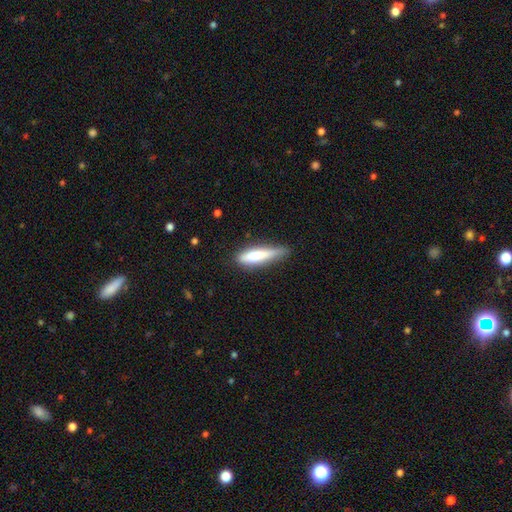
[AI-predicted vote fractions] Overall: smooth (70%). How rounded: cigar-shaped (79%). Merging: none (54%; minor disturbance 32%).